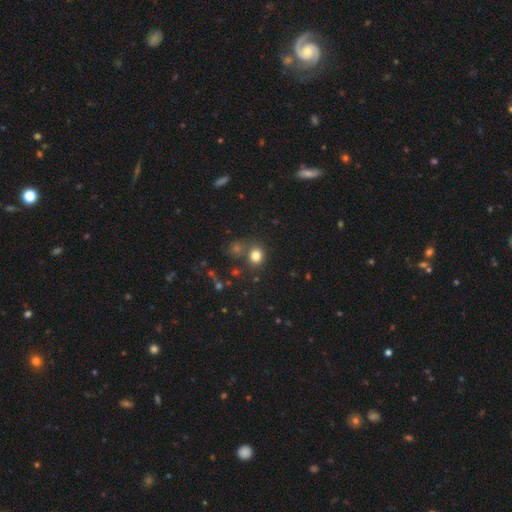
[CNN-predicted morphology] Smooth or featured? smooth (80%)
How rounded? round (72%)
Merging? none (72%)